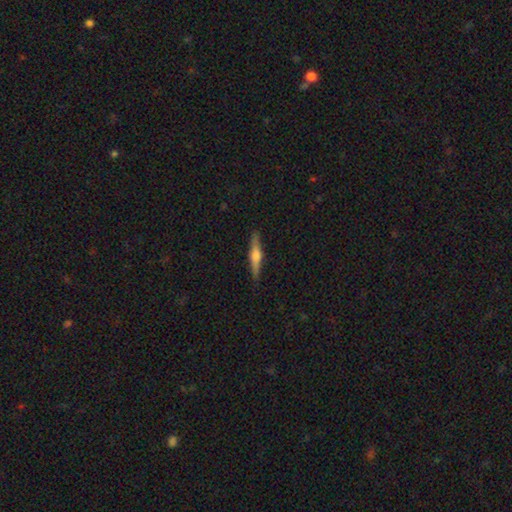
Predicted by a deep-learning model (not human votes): smooth_or_featured: featured or disk (p=0.64) [alt: smooth p=0.30]
disk_edge_on: yes (p=0.97) [alt: no p=0.03]
edge_on_bulge: rounded (p=0.84) [alt: boxy p=0.11]
merging: none (p=0.89) [alt: minor disturbance p=0.08]